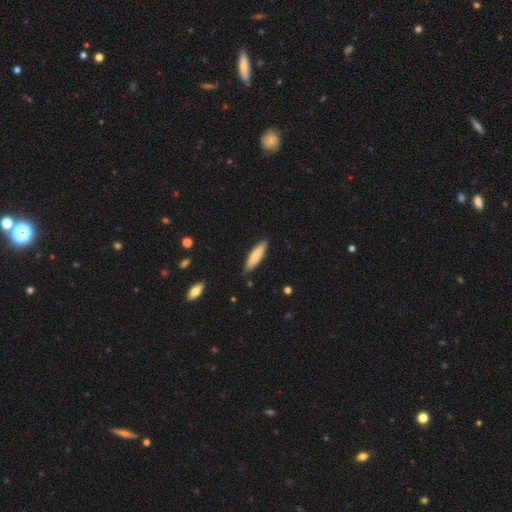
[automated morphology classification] Smooth or featured?
  - smooth: 78% *
  - featured or disk: 17%
  - star or artifact: 5%
How rounded?
  - cigar-shaped: 65% *
  - in between: 33%
  - round: 1%
Merging?
  - none: 85% *
  - minor disturbance: 12%
  - major disturbance: 2%
  - merger: 1%